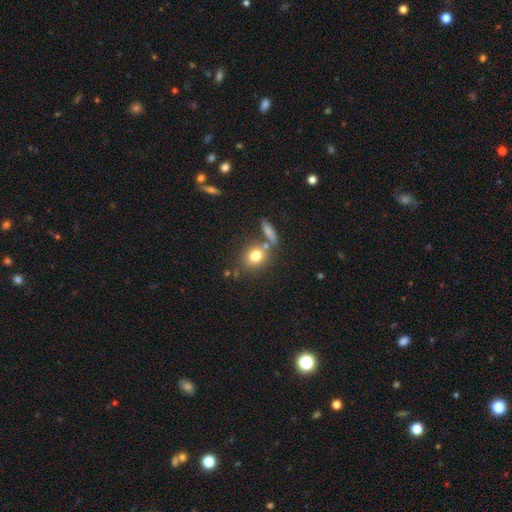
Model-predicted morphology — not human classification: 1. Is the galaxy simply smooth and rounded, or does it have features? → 77% smooth, 12% featured or disk, 10% star or artifact.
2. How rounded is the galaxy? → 67% round, 31% in between, 2% cigar-shaped.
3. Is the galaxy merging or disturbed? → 66% none, 19% merger, 11% minor disturbance, 4% major disturbance.